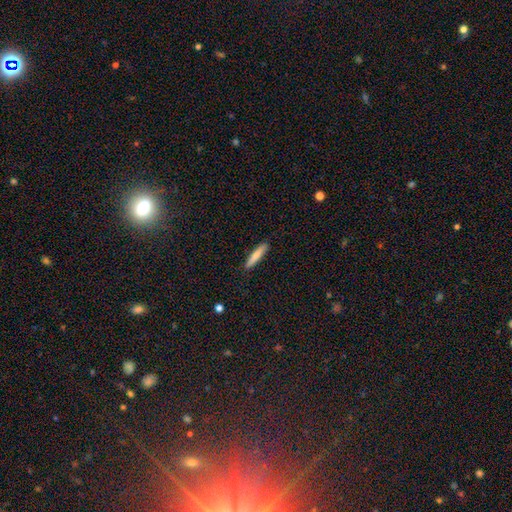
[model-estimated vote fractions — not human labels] Morphology: type=smooth (74%); roundness=cigar-shaped (90%); merging=none (90%).